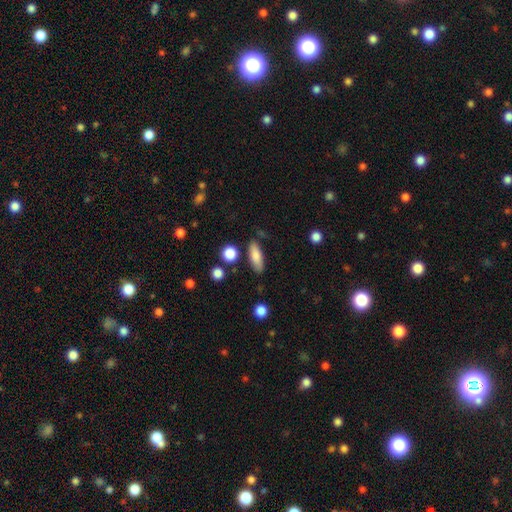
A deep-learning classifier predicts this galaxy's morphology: smooth_or_featured: smooth (p=0.81) [alt: featured or disk p=0.12]
how_rounded: in between (p=0.60) [alt: cigar-shaped p=0.36]
merging: none (p=0.80) [alt: minor disturbance p=0.13]